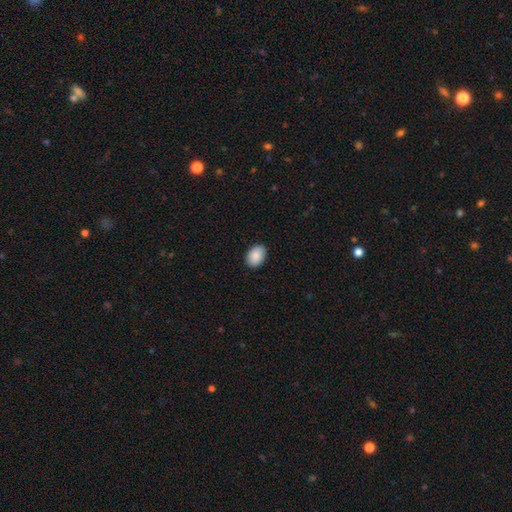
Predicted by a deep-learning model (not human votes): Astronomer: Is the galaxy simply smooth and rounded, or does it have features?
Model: smooth — 90%.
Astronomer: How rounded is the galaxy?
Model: in between — 83%.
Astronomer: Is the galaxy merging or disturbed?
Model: none — 90%.